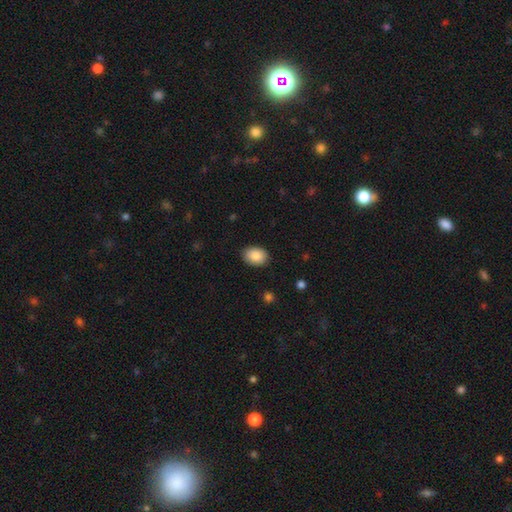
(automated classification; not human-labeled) smooth_or_featured: smooth (p=0.87) [alt: star or artifact p=0.07]
how_rounded: in between (p=0.75) [alt: round p=0.24]
merging: none (p=0.88) [alt: minor disturbance p=0.09]